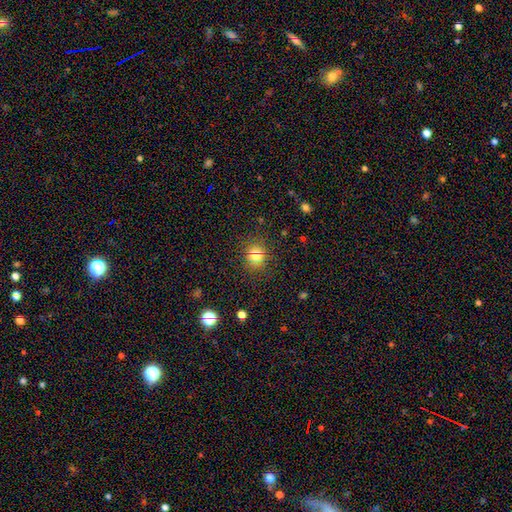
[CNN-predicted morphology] A smooth galaxy with no disk features (73%) that is round (76%).

Vote fractions:
- Smooth or featured? smooth: 73% / star or artifact: 19% / featured or disk: 8%
- How rounded? round: 76% / in between: 22% / cigar-shaped: 1%
- Merging? none: 84% / minor disturbance: 10% / major disturbance: 3% / merger: 3%